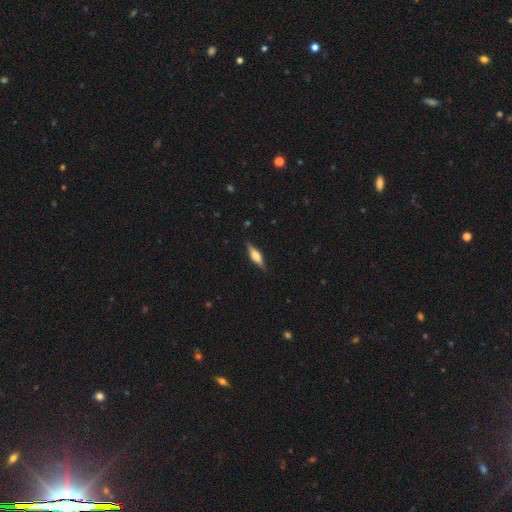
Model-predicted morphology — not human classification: This is possibly a featured or disk galaxy (51%). It is clearly viewed edge-on (94%). Merging: clearly none (86%).